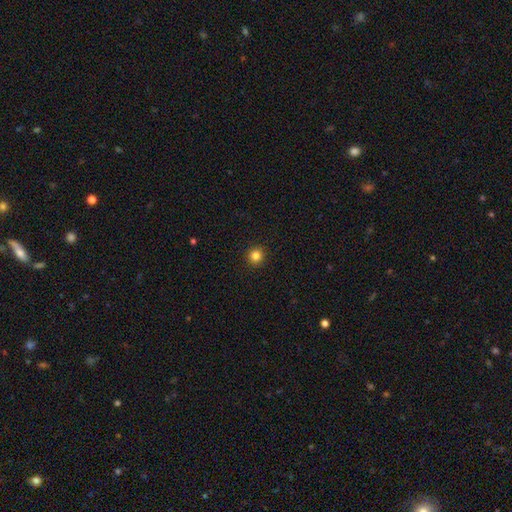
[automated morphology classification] This is clearly a smooth galaxy (83%). How rounded: clearly round (94%). Merging: clearly none (93%).